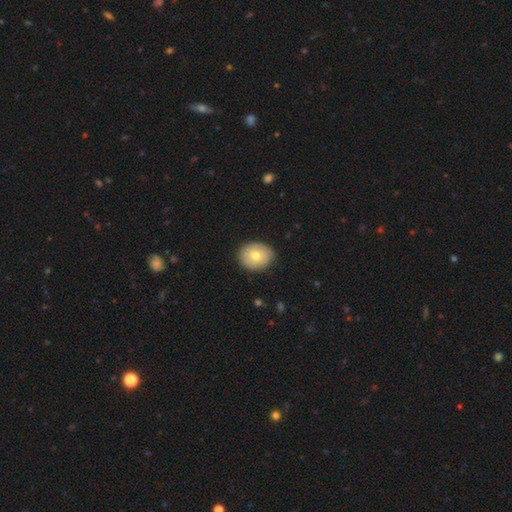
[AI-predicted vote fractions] Overall: smooth (72%). How rounded: round (56%; in between 43%). Merging: none (87%).